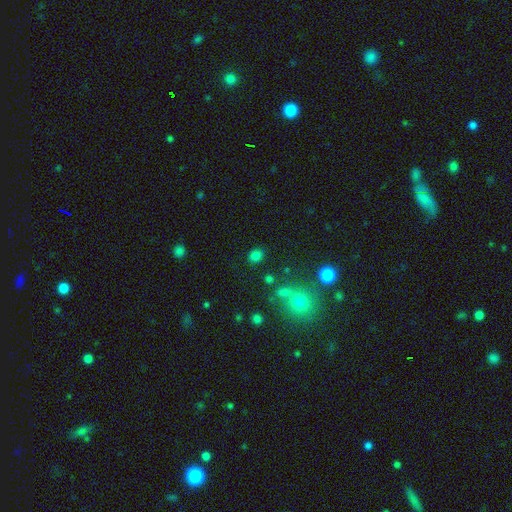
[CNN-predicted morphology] This is likely a smooth galaxy (77%). How rounded: likely round (63%). Merging: clearly none (82%).